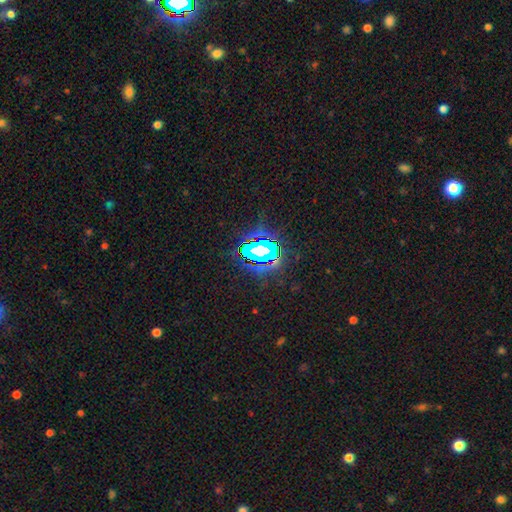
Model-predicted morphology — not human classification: Smooth or featured? Predicted: star or artifact (p=0.77).